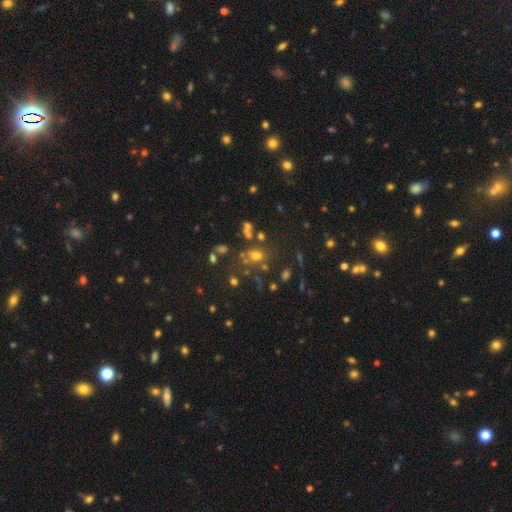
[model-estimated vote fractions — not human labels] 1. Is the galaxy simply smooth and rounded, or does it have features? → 44% smooth, 42% star or artifact, 15% featured or disk.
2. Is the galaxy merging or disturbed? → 60% none, 18% merger, 13% minor disturbance, 9% major disturbance.